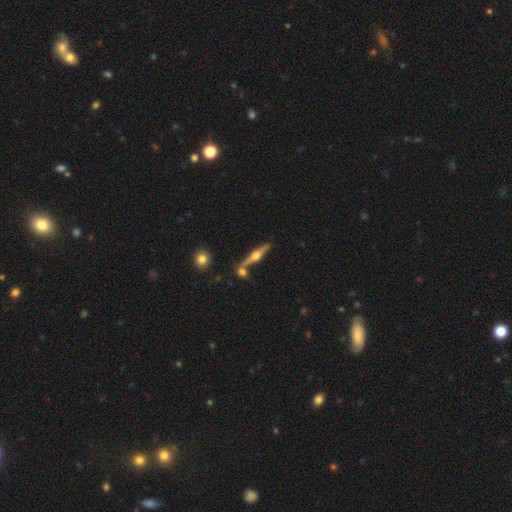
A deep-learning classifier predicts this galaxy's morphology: smooth_or_featured: featured or disk (p=0.75) [alt: smooth p=0.19]
disk_edge_on: yes (p=0.97) [alt: no p=0.03]
edge_on_bulge: rounded (p=0.96) [alt: boxy p=0.02]
merging: none (p=0.72) [alt: merger p=0.16]